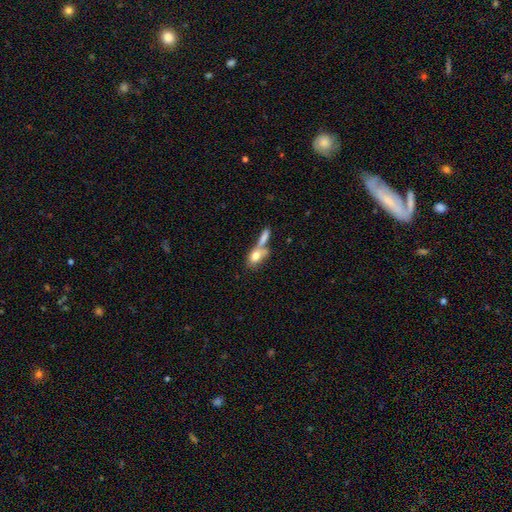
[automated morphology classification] smooth-or-featured: smooth: 74% | featured or disk: 19% | star or artifact: 7%
  how-rounded: in between: 74% | round: 15% | cigar-shaped: 11%
  merging: merger: 49% | none: 33% | minor disturbance: 11% | major disturbance: 7%